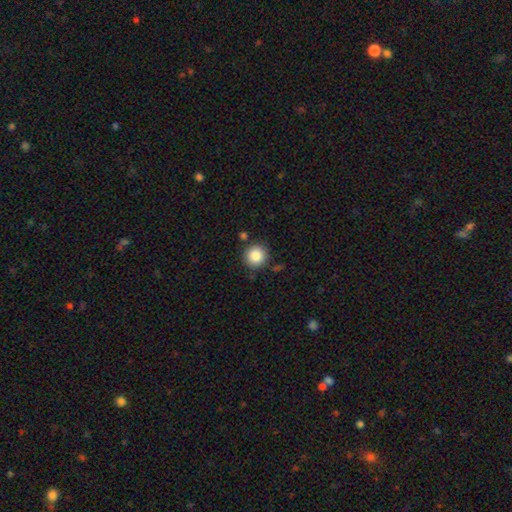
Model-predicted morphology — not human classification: type=smooth (85%); roundness=round (94%); merging=none (86%).